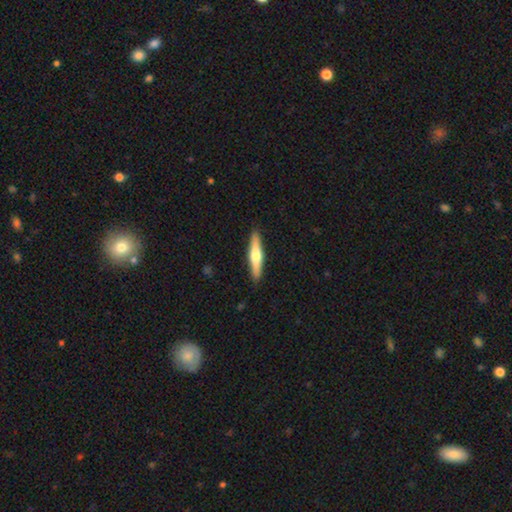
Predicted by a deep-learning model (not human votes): This is possibly a featured or disk galaxy (51%). It is clearly viewed edge-on (95%). Merging: clearly none (91%).